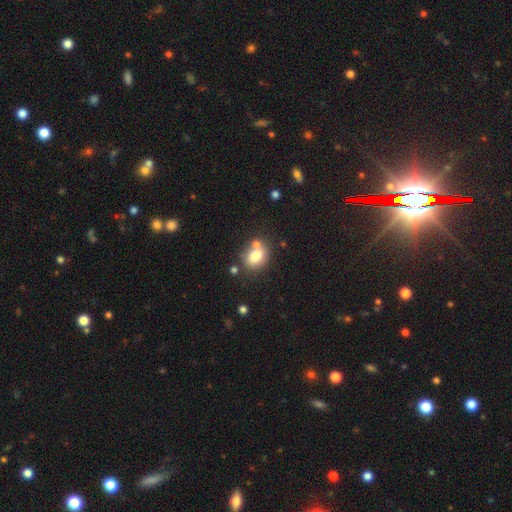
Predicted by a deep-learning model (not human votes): Q: Smooth or featured?
A: smooth (77%); runner-up: featured or disk (12%)
Q: How rounded?
A: in between (56%); runner-up: round (43%)
Q: Merging?
A: none (61%); runner-up: merger (22%)